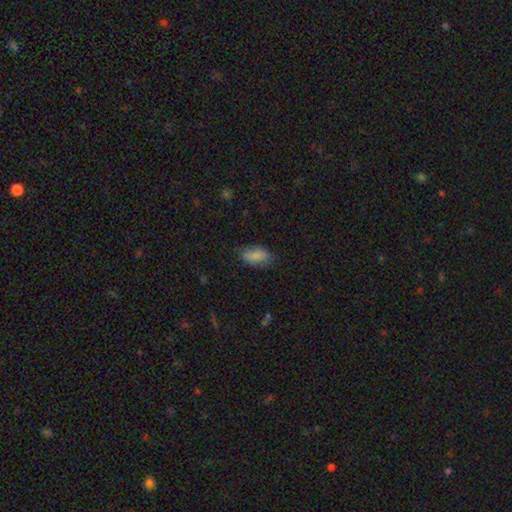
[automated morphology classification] smooth-or-featured: smooth: 83% | featured or disk: 9% | star or artifact: 7%
  how-rounded: in between: 91% | cigar-shaped: 5% | round: 4%
  merging: none: 77% | minor disturbance: 18% | major disturbance: 4% | merger: 1%